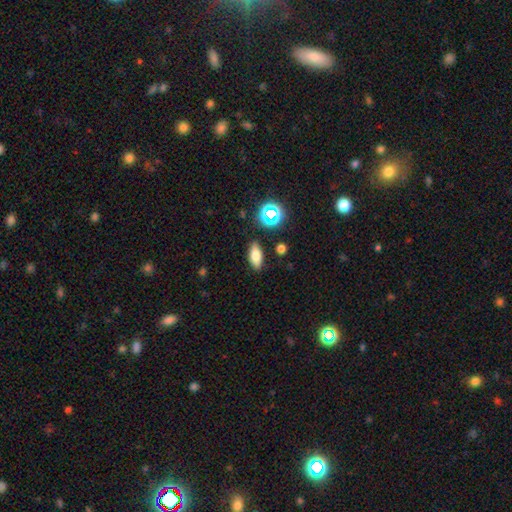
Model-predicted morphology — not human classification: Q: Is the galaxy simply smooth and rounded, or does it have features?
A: smooth — 73%.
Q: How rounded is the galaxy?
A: in between — 77%.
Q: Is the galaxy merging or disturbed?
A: none — 85%.